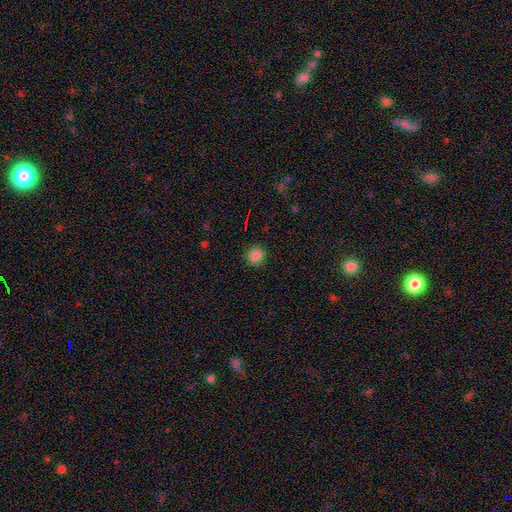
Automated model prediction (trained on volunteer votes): smooth 84%, star or artifact 12%, featured or disk 4%. Down the decision tree: how rounded — round (85%); merging — none (89%).